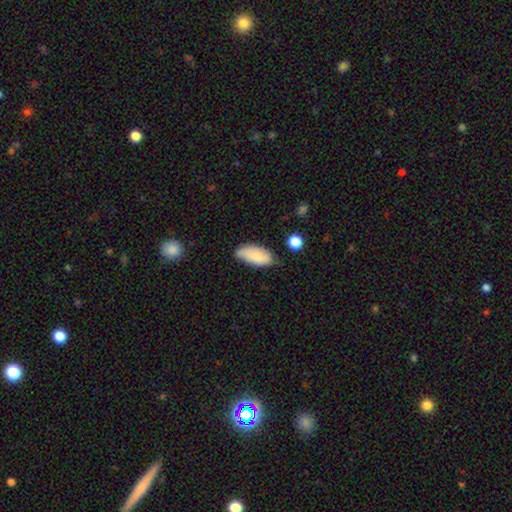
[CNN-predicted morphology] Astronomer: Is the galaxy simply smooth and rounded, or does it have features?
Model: smooth — 80%.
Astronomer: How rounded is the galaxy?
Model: in between — 89%.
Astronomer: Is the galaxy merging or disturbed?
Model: none — 63%.